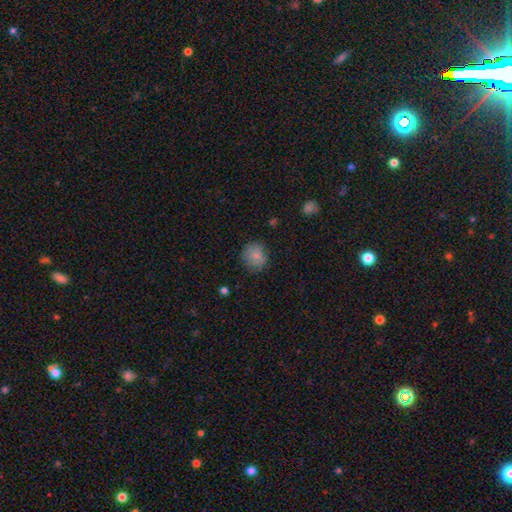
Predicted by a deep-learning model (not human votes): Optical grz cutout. It shows a smooth galaxy with no disk features (81%) that is round (82%). Merging: none (78%).